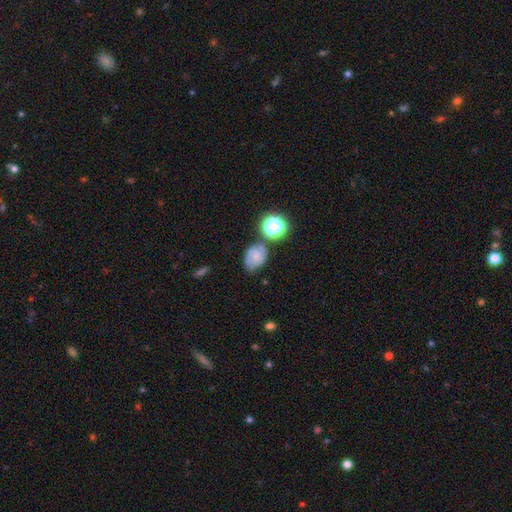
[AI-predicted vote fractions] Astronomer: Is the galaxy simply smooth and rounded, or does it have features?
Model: smooth — 59%.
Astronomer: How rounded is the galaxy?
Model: in between — 57% (runner-up: round, 41%).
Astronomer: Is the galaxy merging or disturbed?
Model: none — 58%.